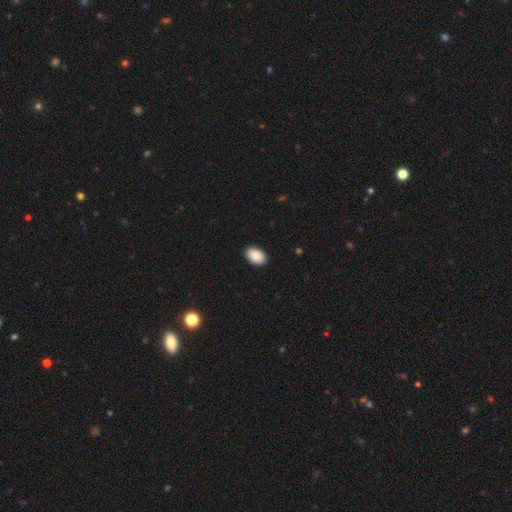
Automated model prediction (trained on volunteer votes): Smooth or featured?
  - smooth: 91% *
  - star or artifact: 6%
  - featured or disk: 3%
How rounded?
  - in between: 90% *
  - round: 9%
  - cigar-shaped: 1%
Merging?
  - none: 91% *
  - minor disturbance: 6%
  - major disturbance: 2%
  - merger: 1%